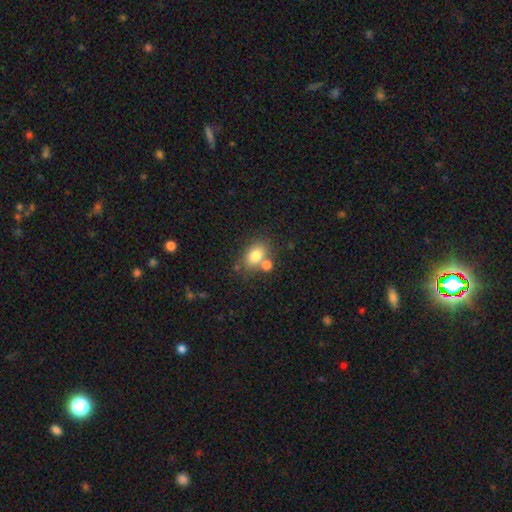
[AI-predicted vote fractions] The model was most divided on "merging": none: 57%, merger: 25%, minor disturbance: 13%, major disturbance: 4%. More confident: smooth or featured — smooth (79%); how rounded — in between (78%).